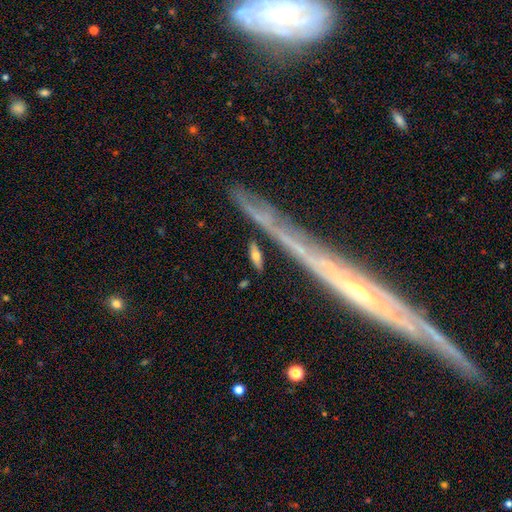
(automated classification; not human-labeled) Smooth or featured?
  - smooth: 61% *
  - featured or disk: 30%
  - star or artifact: 9%
How rounded?
  - in between: 54% *
  - cigar-shaped: 41%
  - round: 5%
Merging?
  - none: 78% *
  - minor disturbance: 13%
  - merger: 5%
  - major disturbance: 5%